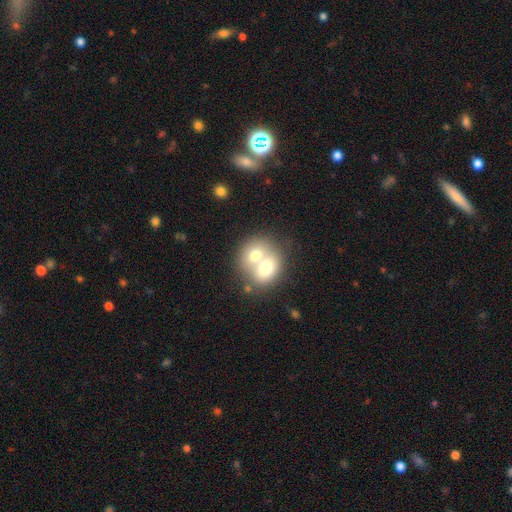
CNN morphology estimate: The model was most divided on "how rounded": round: 58%, in between: 41%, cigar-shaped: 1%. More confident: merging — merger (73%); smooth or featured — smooth (67%).